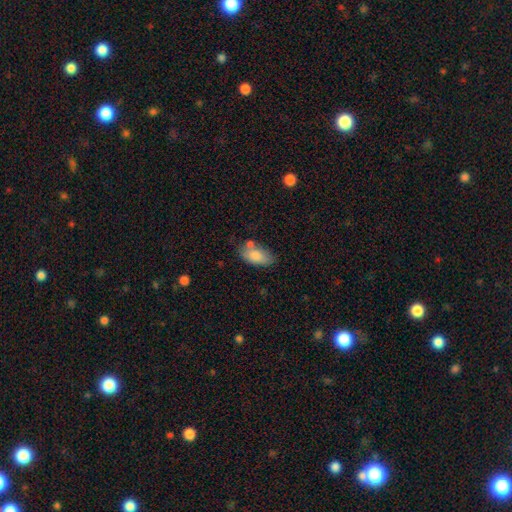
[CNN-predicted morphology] Smooth or featured? Predicted: smooth (p=0.81). How rounded? Predicted: in between (p=0.92). Merging? Predicted: none (p=0.58).